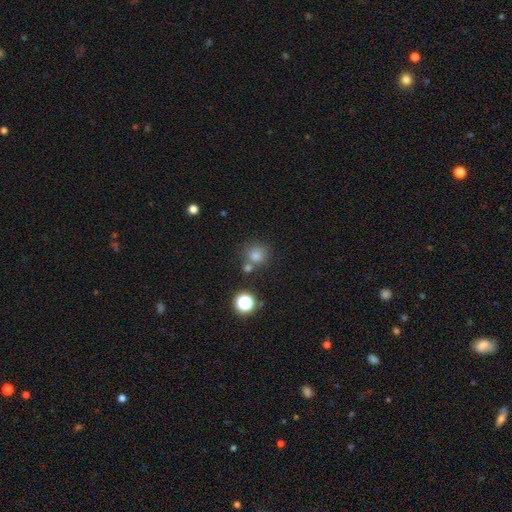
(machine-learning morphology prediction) Smooth or featured?
  - smooth: 73% *
  - star or artifact: 19%
  - featured or disk: 8%
How rounded?
  - round: 89% *
  - in between: 11%
  - cigar-shaped: 1%
Merging?
  - none: 65% *
  - merger: 22%
  - minor disturbance: 10%
  - major disturbance: 4%